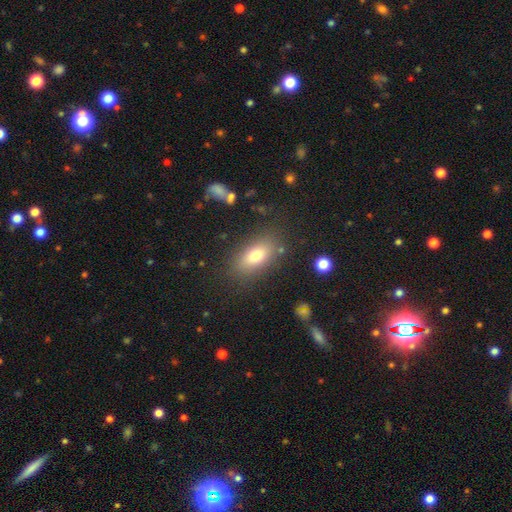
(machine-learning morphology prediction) This is likely a smooth galaxy (76%). How rounded: clearly in between (85%). Merging: clearly none (81%).